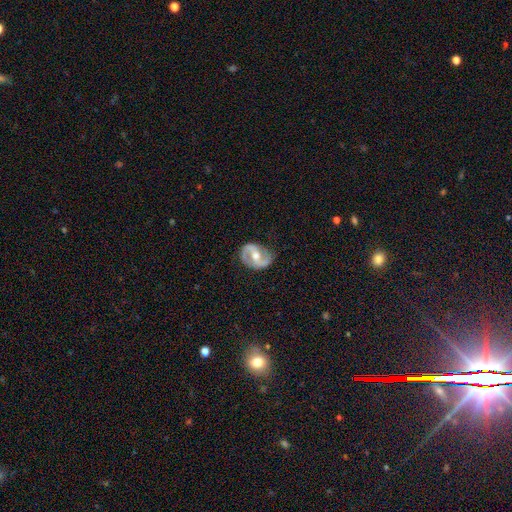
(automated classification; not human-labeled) smooth_or_featured: featured or disk (p=0.85) [alt: smooth p=0.11]
disk_edge_on: no (p=0.97) [alt: yes p=0.03]
bar: weak (p=0.41) [alt: strong p=0.30]
has_spiral_arms: yes (p=0.91) [alt: no p=0.09]
spiral_winding: medium (p=0.50) [alt: tight p=0.26]
spiral_arm_count: 2 (p=0.89) [alt: can't tell p=0.04]
bulge_size: moderate (p=0.74) [alt: small p=0.17]
merging: none (p=0.79) [alt: minor disturbance p=0.15]